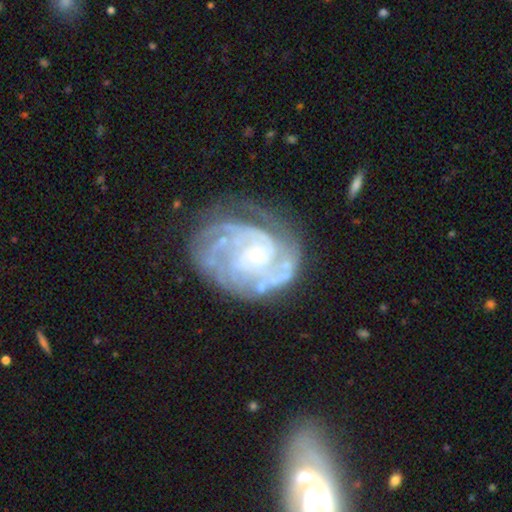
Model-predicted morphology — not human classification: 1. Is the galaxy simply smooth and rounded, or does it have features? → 87% featured or disk, 7% smooth, 6% star or artifact.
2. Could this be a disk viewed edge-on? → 98% no, 2% yes.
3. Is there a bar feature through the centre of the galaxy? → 71% no, 23% weak, 6% strong.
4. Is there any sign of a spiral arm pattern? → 96% yes, 4% no.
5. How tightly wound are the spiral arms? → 64% tight, 29% medium, 7% loose.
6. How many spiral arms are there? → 27% can't tell, 23% 2, 23% 3, 14% 4, 7% more than 4, 7% 1.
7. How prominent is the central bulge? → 83% small, 12% moderate, 3% none, 1% large, 1% dominant.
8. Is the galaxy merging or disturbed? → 59% none, 23% minor disturbance, 15% major disturbance, 3% merger.